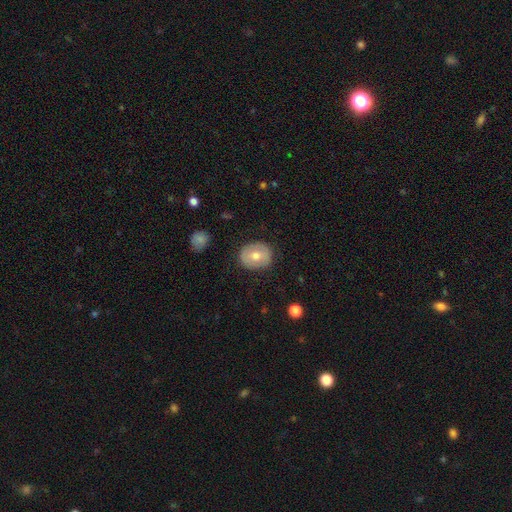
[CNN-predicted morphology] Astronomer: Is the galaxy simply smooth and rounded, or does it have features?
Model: smooth — 61%.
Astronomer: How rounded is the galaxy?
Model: round — 62% (runner-up: in between, 37%).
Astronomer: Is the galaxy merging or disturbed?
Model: none — 85%.